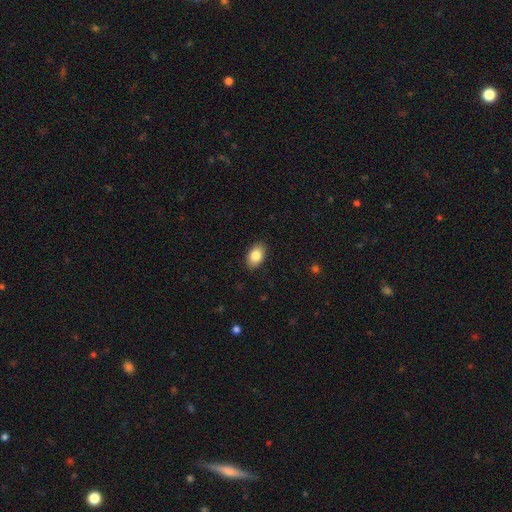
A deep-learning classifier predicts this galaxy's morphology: smooth-or-featured: smooth: 85% | featured or disk: 8% | star or artifact: 7%
  how-rounded: in between: 90% | round: 8% | cigar-shaped: 1%
  merging: none: 89% | minor disturbance: 8% | major disturbance: 2% | merger: 1%